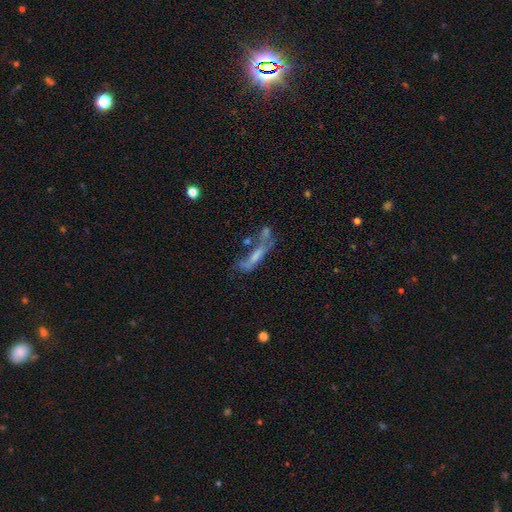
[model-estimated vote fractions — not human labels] Morphology: type=smooth (43%, tied with featured or disk); merging=merger (30%).